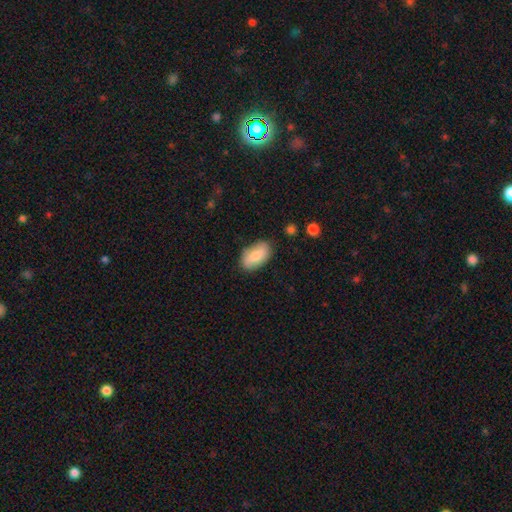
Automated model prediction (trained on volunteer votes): The model was most divided on "smooth or featured": smooth: 75%, featured or disk: 19%, star or artifact: 6%. More confident: how rounded — in between (93%); merging — none (81%).